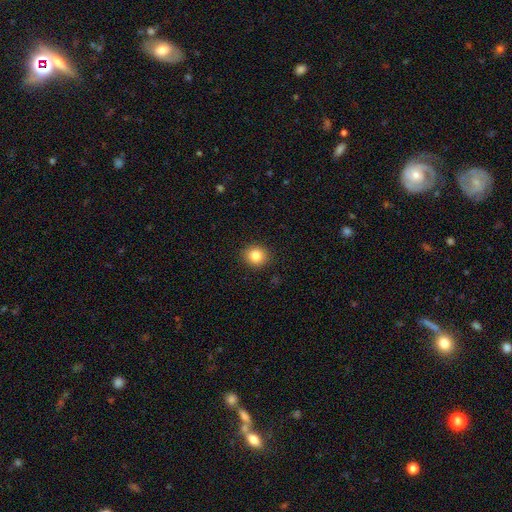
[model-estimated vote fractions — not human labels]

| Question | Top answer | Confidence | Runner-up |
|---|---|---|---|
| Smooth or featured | smooth | 84% | star or artifact (10%) |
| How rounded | round | 86% | in between (13%) |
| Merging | none | 91% | minor disturbance (6%) |